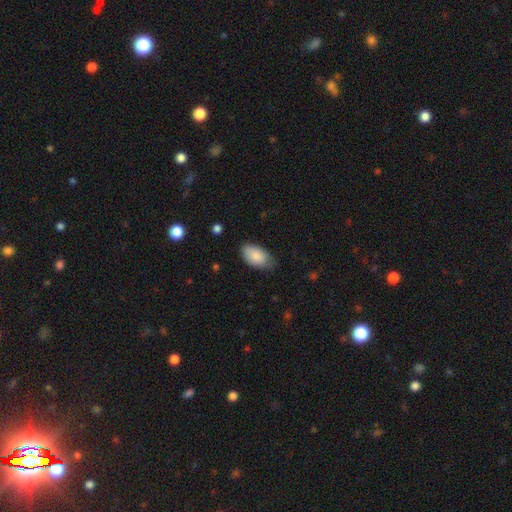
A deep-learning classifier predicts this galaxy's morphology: A smooth galaxy with no disk features (85%) that is in between round and cigar-shaped (94%).

Vote fractions:
- Smooth or featured? smooth: 85% / featured or disk: 9% / star or artifact: 6%
- How rounded? in between: 94% / round: 4% / cigar-shaped: 1%
- Merging? none: 68% / minor disturbance: 27% / major disturbance: 4% / merger: 1%